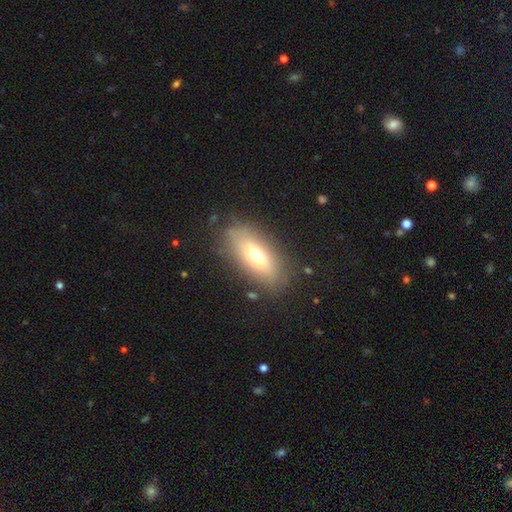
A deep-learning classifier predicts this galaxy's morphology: Q: Smooth or featured?
A: smooth (61%); runner-up: featured or disk (30%)
Q: How rounded?
A: in between (78%); runner-up: cigar-shaped (18%)
Q: Merging?
A: none (81%); runner-up: minor disturbance (13%)